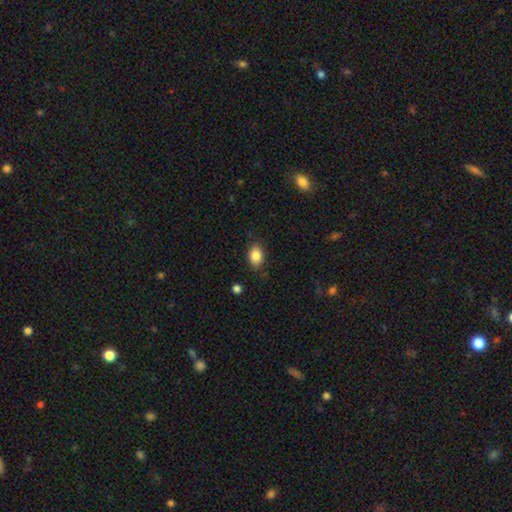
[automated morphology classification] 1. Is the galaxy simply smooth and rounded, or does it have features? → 86% smooth, 9% star or artifact, 5% featured or disk.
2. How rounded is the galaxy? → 73% in between, 25% round, 1% cigar-shaped.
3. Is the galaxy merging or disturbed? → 84% none, 11% minor disturbance, 3% major disturbance, 2% merger.